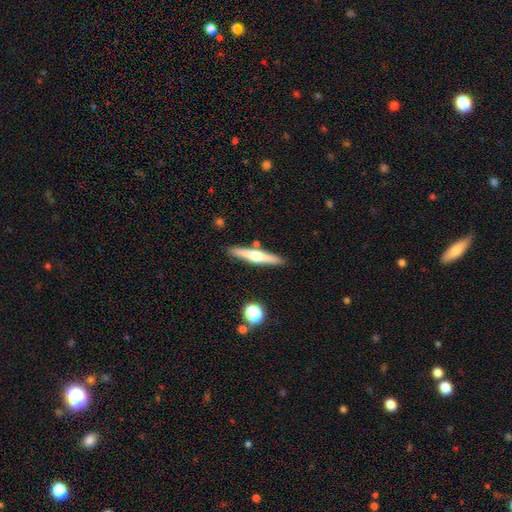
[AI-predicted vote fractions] Smooth or featured? featured or disk (55%)
Edge-on disk? yes (96%)
Edge-on bulge? rounded (87%)
Merging? none (86%)